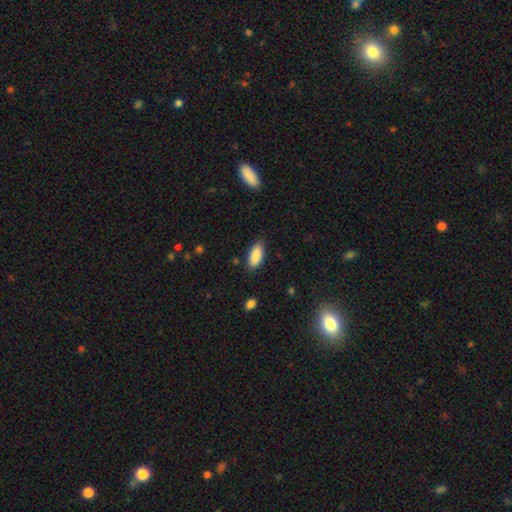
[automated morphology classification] Smooth or featured? Predicted: smooth (p=0.89). How rounded? Predicted: in between (p=0.84). Merging? Predicted: none (p=0.84).